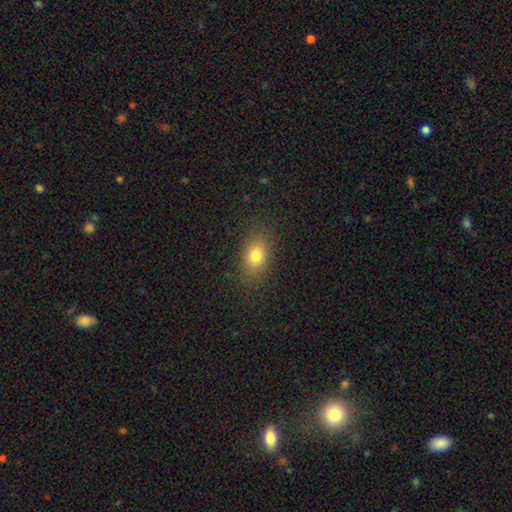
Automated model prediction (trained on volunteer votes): Smooth or featured? smooth (79%)
How rounded? in between (75%)
Merging? none (85%)